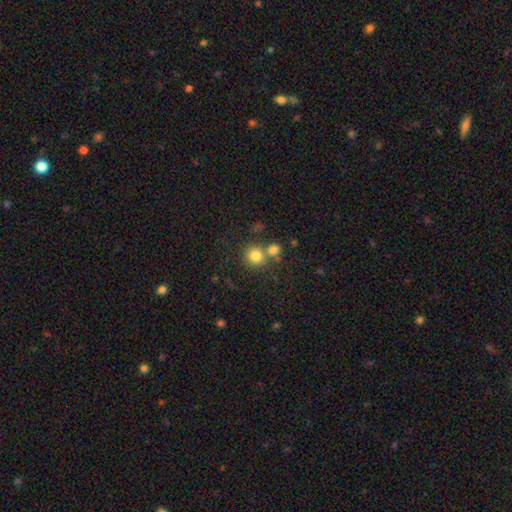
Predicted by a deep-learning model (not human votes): Q: Smooth or featured?
A: smooth (79%); runner-up: star or artifact (13%)
Q: How rounded?
A: round (89%); runner-up: in between (10%)
Q: Merging?
A: none (59%); runner-up: merger (29%)